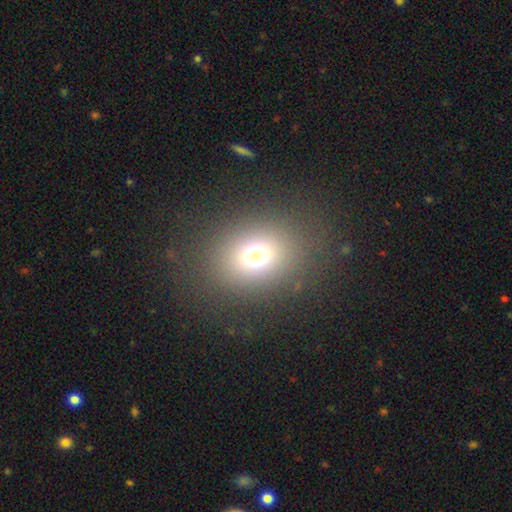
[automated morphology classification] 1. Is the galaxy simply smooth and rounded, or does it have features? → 71% smooth, 19% star or artifact, 10% featured or disk.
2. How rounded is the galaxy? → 53% round, 46% in between, 1% cigar-shaped.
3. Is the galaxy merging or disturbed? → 83% none, 9% minor disturbance, 7% major disturbance, 1% merger.